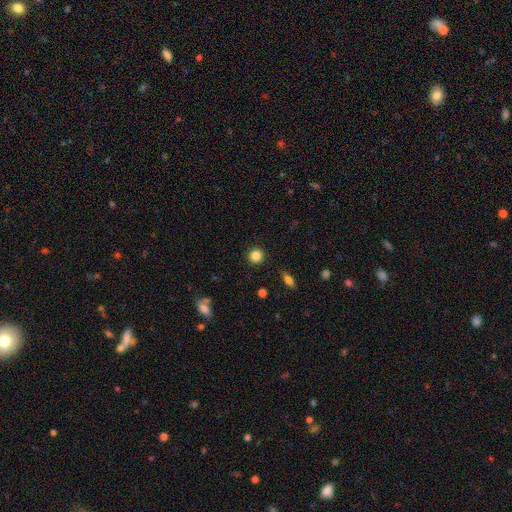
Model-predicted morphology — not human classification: Smooth or featured? Predicted: smooth (p=0.84). How rounded? Predicted: round (p=0.94). Merging? Predicted: none (p=0.91).